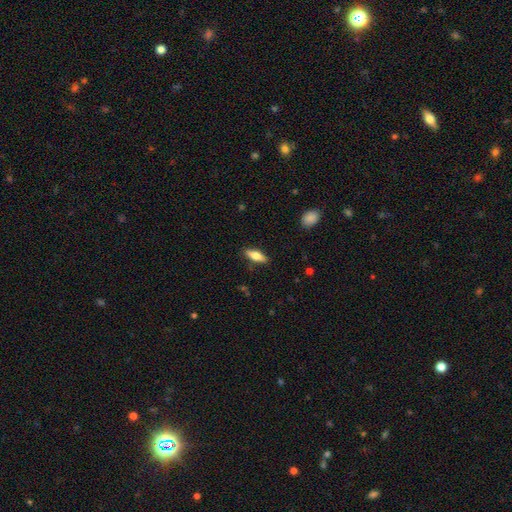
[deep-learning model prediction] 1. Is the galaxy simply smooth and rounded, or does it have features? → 67% smooth, 27% featured or disk, 7% star or artifact.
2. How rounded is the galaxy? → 62% in between, 35% cigar-shaped, 2% round.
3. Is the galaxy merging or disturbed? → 87% none, 10% minor disturbance, 2% major disturbance, 1% merger.